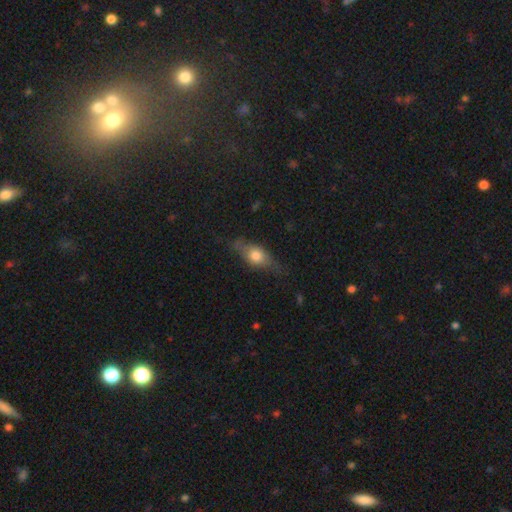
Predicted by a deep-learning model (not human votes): Overall: smooth (58%; featured or disk 35%). How rounded: in between (69%). Merging: none (66%).